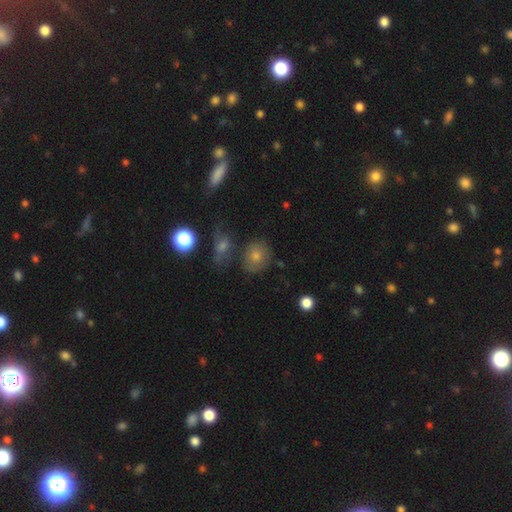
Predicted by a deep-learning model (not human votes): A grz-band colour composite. It shows a smooth galaxy with no disk features (61%) that is round (67%). Merging: none (68%).